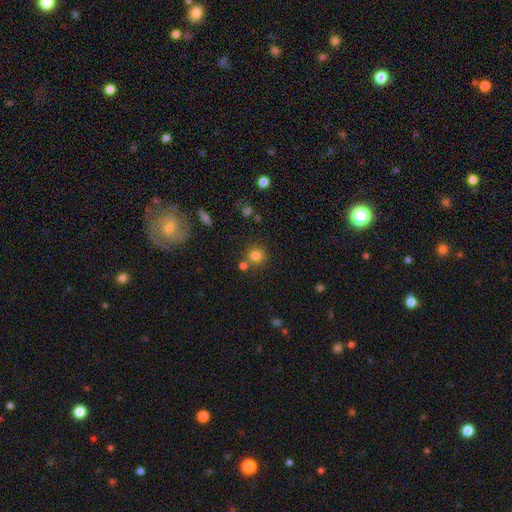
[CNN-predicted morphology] This is clearly a smooth galaxy (81%). How rounded: clearly round (89%). Merging: likely none (73%).